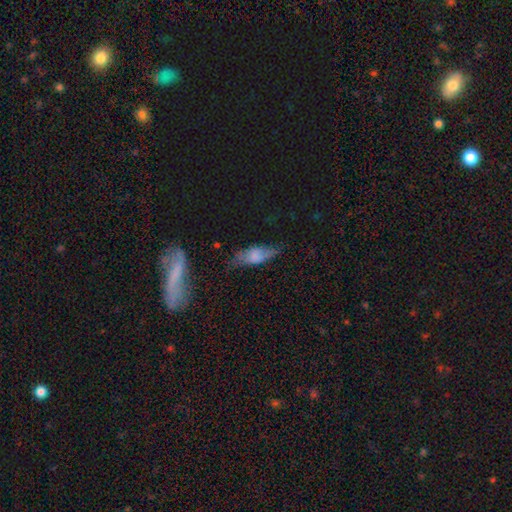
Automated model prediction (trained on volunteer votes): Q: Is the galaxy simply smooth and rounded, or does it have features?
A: smooth — 61%.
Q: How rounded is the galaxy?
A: in between — 69%.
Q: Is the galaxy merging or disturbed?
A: none — 62%.